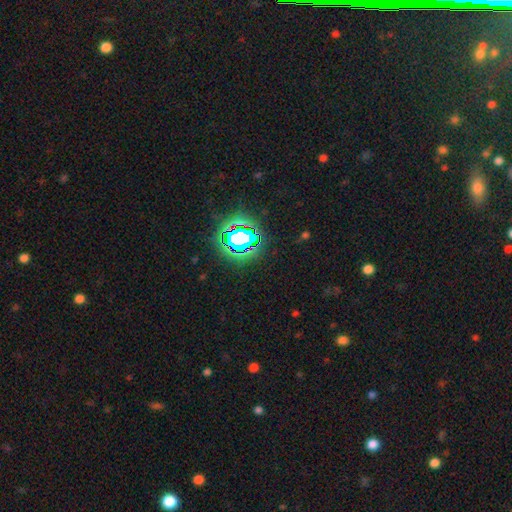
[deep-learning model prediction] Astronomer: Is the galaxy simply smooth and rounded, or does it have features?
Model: star or artifact — 79%.